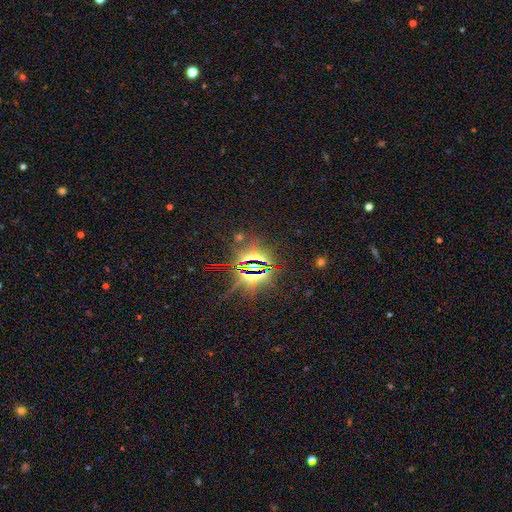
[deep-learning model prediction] Smooth or featured? Predicted: star or artifact (p=0.86).